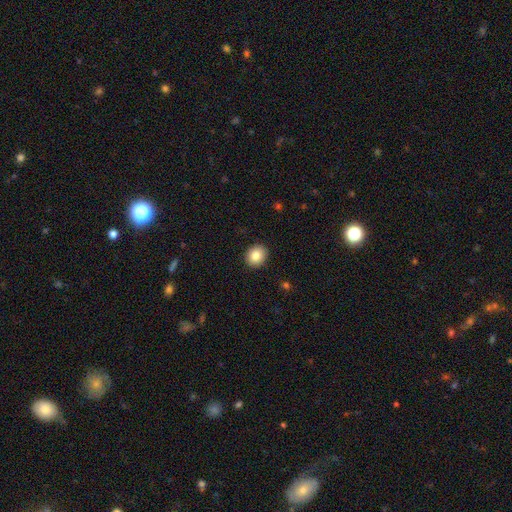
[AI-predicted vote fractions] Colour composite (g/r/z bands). It shows a smooth galaxy with no disk features (83%) that is round (68%). Merging: none (91%).